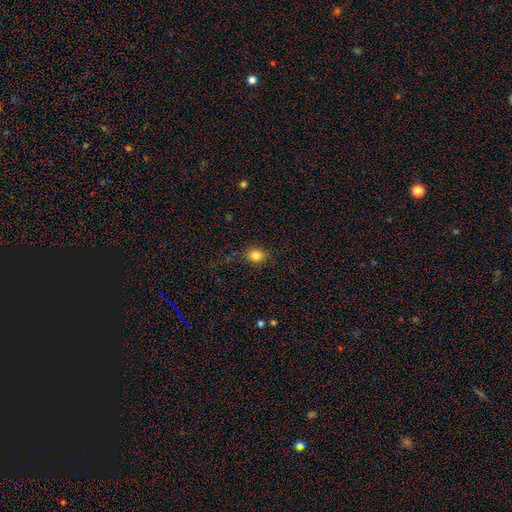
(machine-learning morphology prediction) The model was most divided on "how rounded": round: 60%, in between: 39%, cigar-shaped: 1%. More confident: smooth or featured — smooth (82%); merging — none (82%).